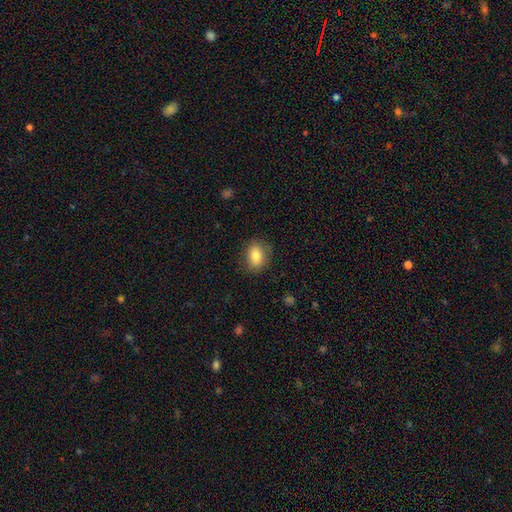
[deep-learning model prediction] Overall: smooth (82%). How rounded: in between (72%). Merging: none (82%).